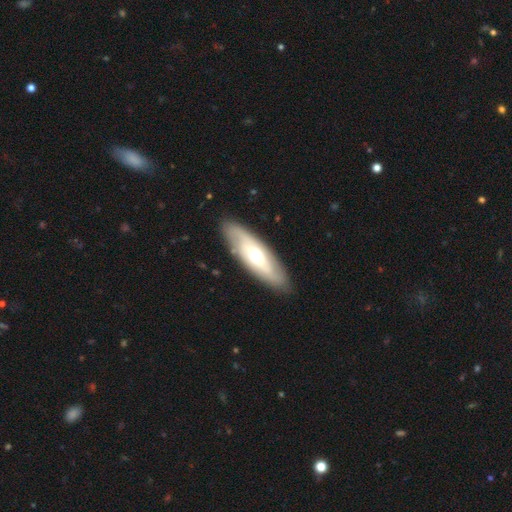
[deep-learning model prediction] This appears to be a featured or disk galaxy (54%). Merging: none (84%).